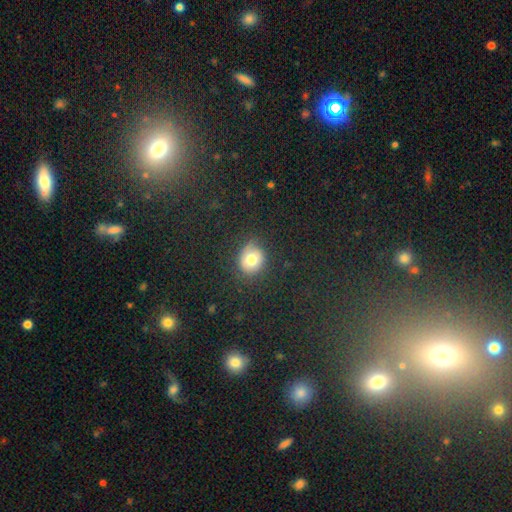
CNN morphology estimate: The model was most divided on "how rounded": round: 69%, in between: 29%, cigar-shaped: 1%. More confident: merging — none (82%); smooth or featured — smooth (73%).